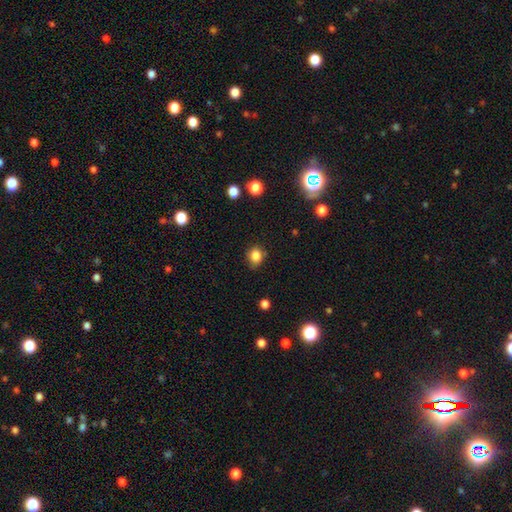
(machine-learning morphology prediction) This is clearly a smooth galaxy (84%). How rounded: likely round (72%). Merging: likely none (79%).